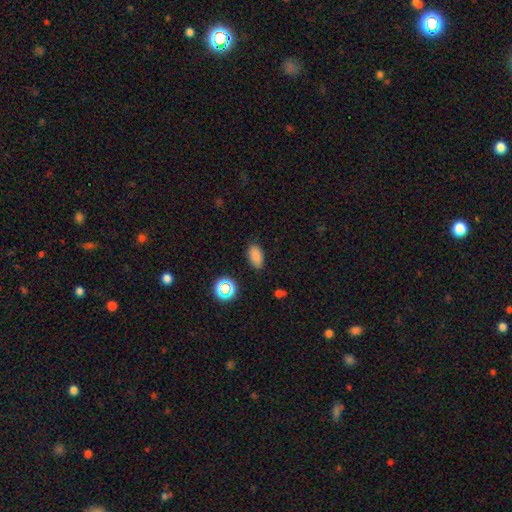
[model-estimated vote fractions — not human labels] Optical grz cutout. It shows a smooth galaxy with no disk features (81%) that is in between round and cigar-shaped (91%). Merging: none (83%).